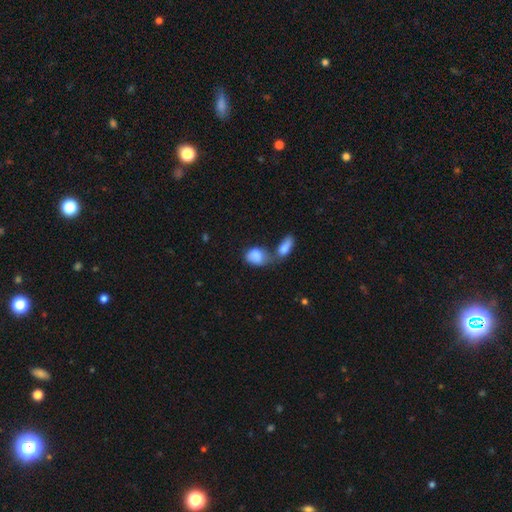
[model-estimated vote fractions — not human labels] Q: Smooth or featured?
A: smooth (83%); runner-up: featured or disk (10%)
Q: How rounded?
A: in between (80%); runner-up: round (18%)
Q: Merging?
A: merger (60%); runner-up: none (19%)